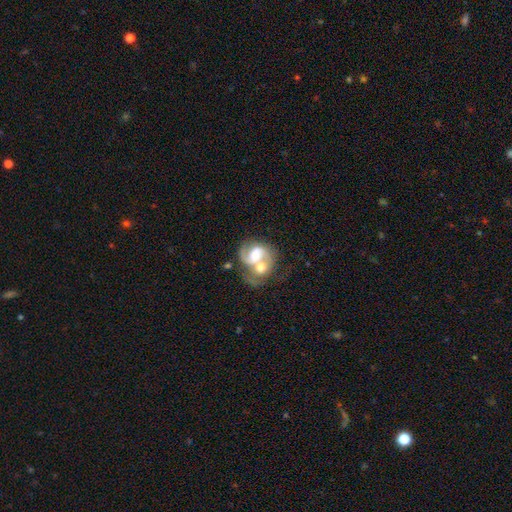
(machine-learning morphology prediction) Smooth or featured?
  - featured or disk: 72% *
  - smooth: 22%
  - star or artifact: 6%
Edge-on disk?
  - no: 98% *
  - yes: 2%
Bar?
  - no: 56% *
  - weak: 34%
  - strong: 9%
Spiral arms?
  - yes: 85% *
  - no: 15%
Spiral winding?
  - medium: 48% *
  - loose: 26%
  - tight: 26%
Spiral arm count?
  - 2: 70% *
  - 1: 16%
  - can't tell: 10%
  - 3: 2%
  - 4: 1%
  - more than 4: 1%
Bulge size?
  - moderate: 55% *
  - small: 24%
  - large: 13%
  - none: 5%
  - dominant: 2%
Merging?
  - merger: 68% *
  - none: 16%
  - major disturbance: 9%
  - minor disturbance: 8%